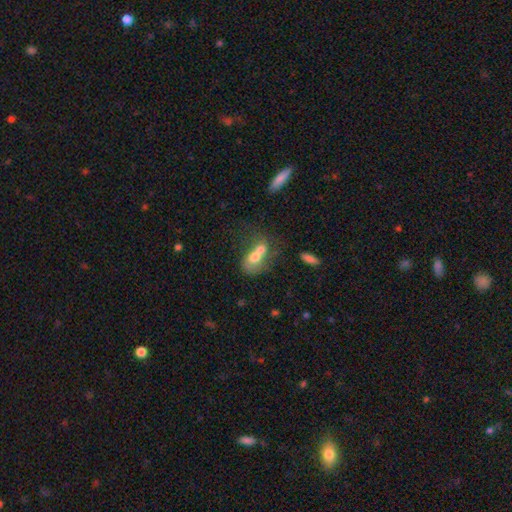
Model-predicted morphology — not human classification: The model was most divided on "smooth or featured": smooth: 61%, featured or disk: 29%, star or artifact: 9%. More confident: merging — merger (75%); how rounded — in between (65%).